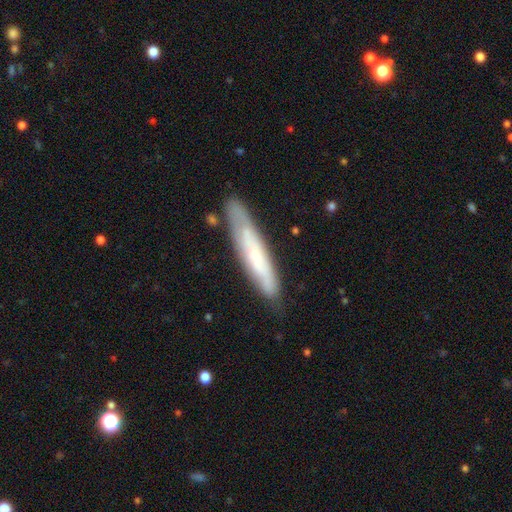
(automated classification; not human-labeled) This is possibly a featured or disk galaxy (48%). Merging: likely none (79%).